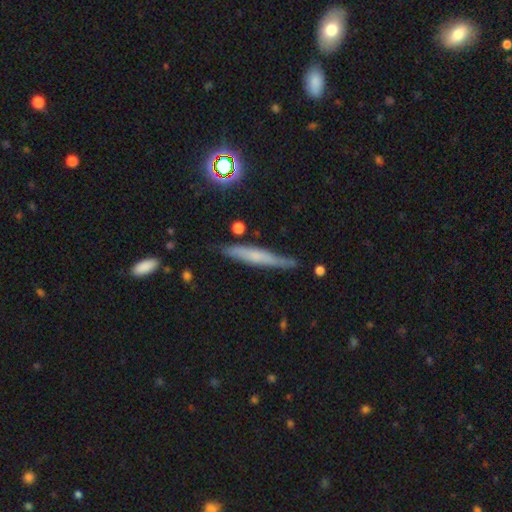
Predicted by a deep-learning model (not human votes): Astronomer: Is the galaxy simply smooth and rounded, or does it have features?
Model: smooth — 47% (runner-up: featured or disk, 43%).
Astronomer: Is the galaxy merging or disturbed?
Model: none — 76%.